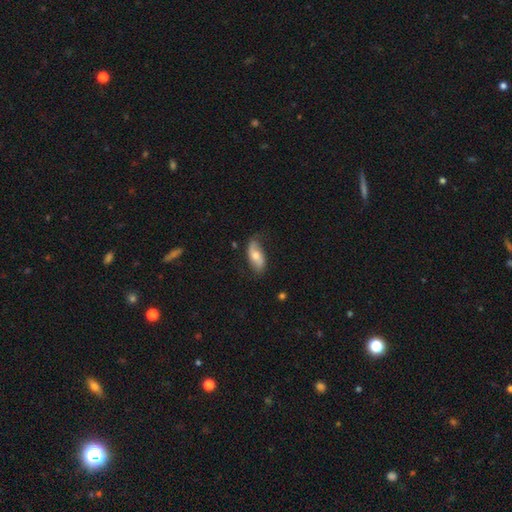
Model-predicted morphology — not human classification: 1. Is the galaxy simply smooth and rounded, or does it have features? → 51% smooth, 43% featured or disk, 6% star or artifact.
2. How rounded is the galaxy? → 87% in between, 9% cigar-shaped, 3% round.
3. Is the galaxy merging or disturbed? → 69% none, 23% minor disturbance, 6% major disturbance, 1% merger.